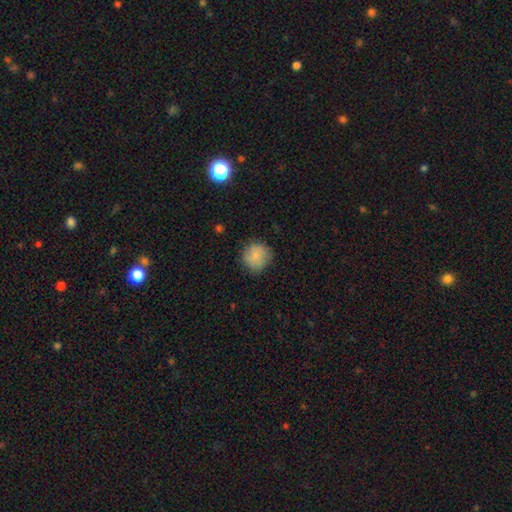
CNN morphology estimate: type=smooth (82%); roundness=round (90%); merging=none (77%).